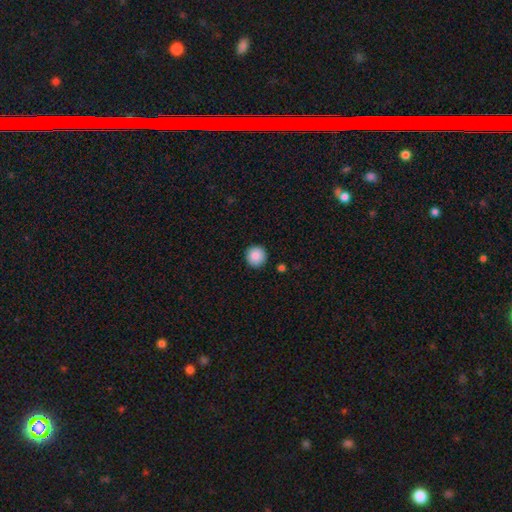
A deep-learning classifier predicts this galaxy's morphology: A smooth galaxy with no disk features (89%) that is round (96%). Merging: none (92%).